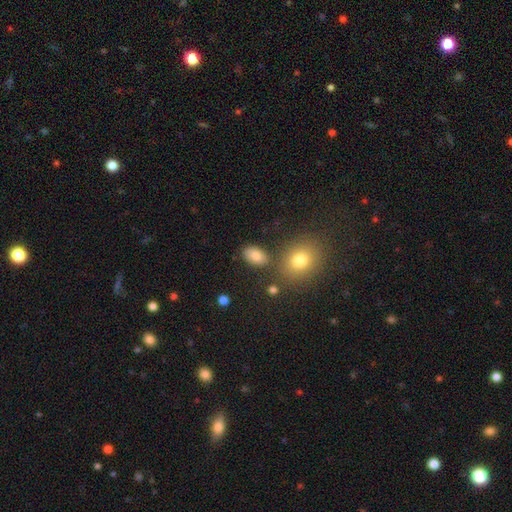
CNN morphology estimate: Overall: smooth (82%). How rounded: in between (87%). Merging: none (78%).